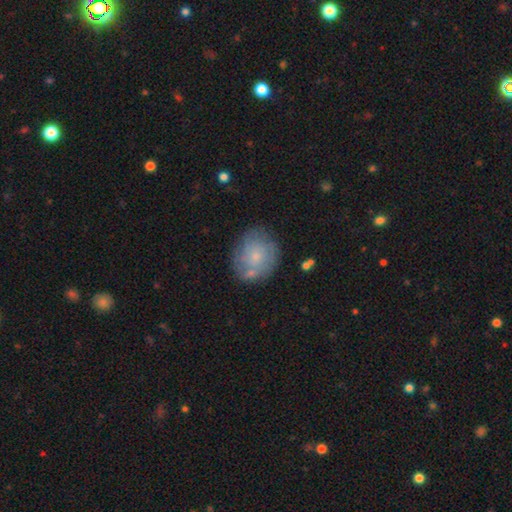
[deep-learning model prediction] smooth_or_featured: smooth (p=0.53) [alt: featured or disk p=0.39]
how_rounded: round (p=0.67) [alt: in between p=0.31]
merging: none (p=0.62) [alt: minor disturbance p=0.21]